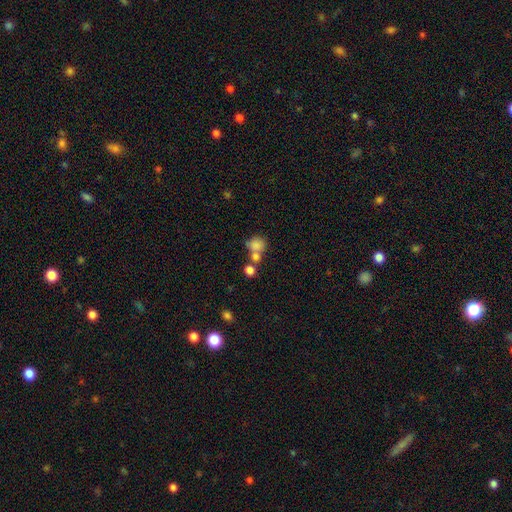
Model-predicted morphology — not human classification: Smooth or featured: smooth — 78% (star or artifact — 12%)
How rounded: round — 70% (in between — 29%)
Merging: merger — 46% (none — 37%)